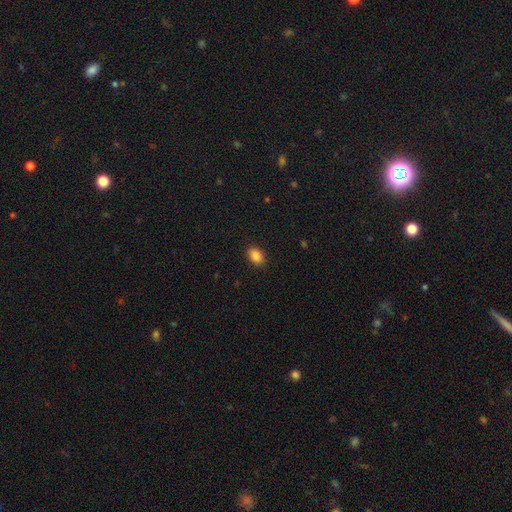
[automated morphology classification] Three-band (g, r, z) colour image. It shows a smooth galaxy with no disk features (88%) that is in between round and cigar-shaped (85%). Merging: none (89%).